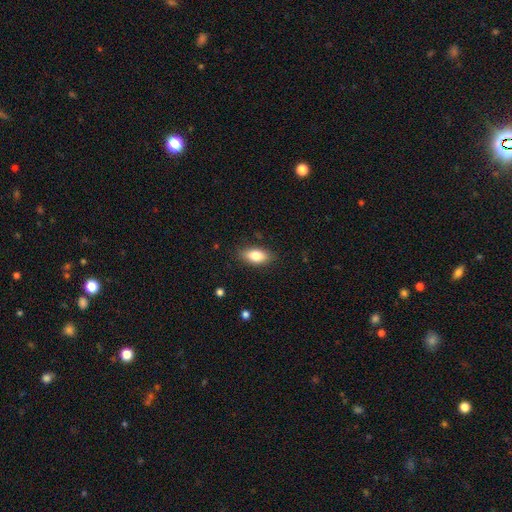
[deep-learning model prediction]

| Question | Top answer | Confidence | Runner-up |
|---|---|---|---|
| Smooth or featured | smooth | 81% | featured or disk (11%) |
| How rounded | in between | 87% | cigar-shaped (9%) |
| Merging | none | 85% | minor disturbance (11%) |